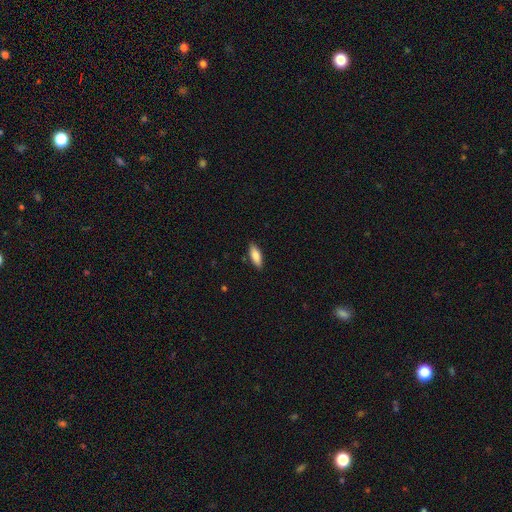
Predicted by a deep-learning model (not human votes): smooth 83%, featured or disk 11%, star or artifact 6%. Down the decision tree: how rounded — in between (66%); merging — none (87%).